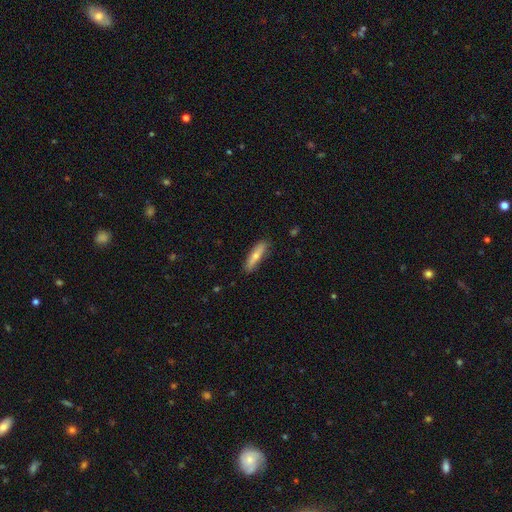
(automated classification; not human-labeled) The model was most divided on "smooth or featured": smooth: 62%, featured or disk: 32%, star or artifact: 6%. More confident: merging — none (85%); how rounded — cigar-shaped (76%).